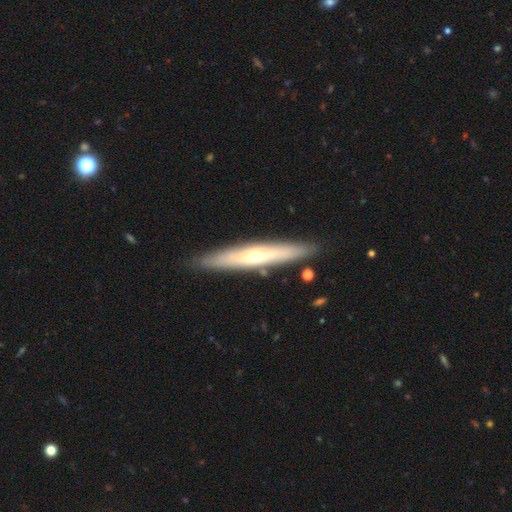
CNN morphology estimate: smooth-or-featured: featured or disk: 61% | smooth: 33% | star or artifact: 6%
  disk-edge-on: yes: 82% | no: 18%
  merging: none: 88% | minor disturbance: 9% | major disturbance: 2% | merger: 2%